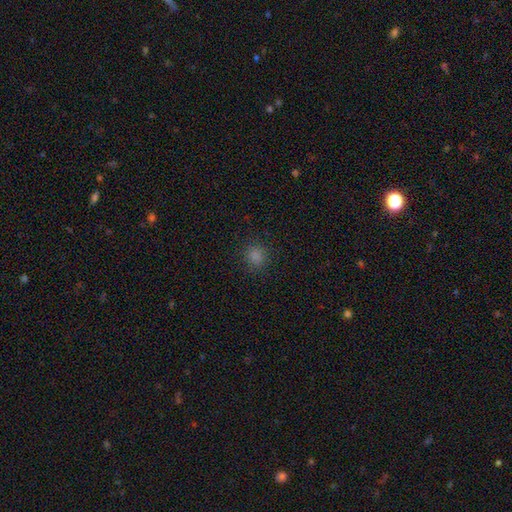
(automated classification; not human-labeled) The model was most divided on "smooth or featured": smooth: 81%, star or artifact: 16%, featured or disk: 3%. More confident: merging — none (88%); how rounded — round (87%).